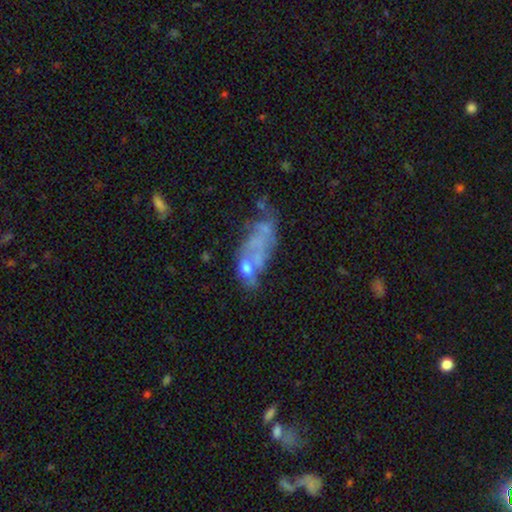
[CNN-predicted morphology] The model was most divided on "merging": none: 39%, major disturbance: 24%, minor disturbance: 19%, merger: 18%. Remaining: smooth or featured — featured or disk (48%).